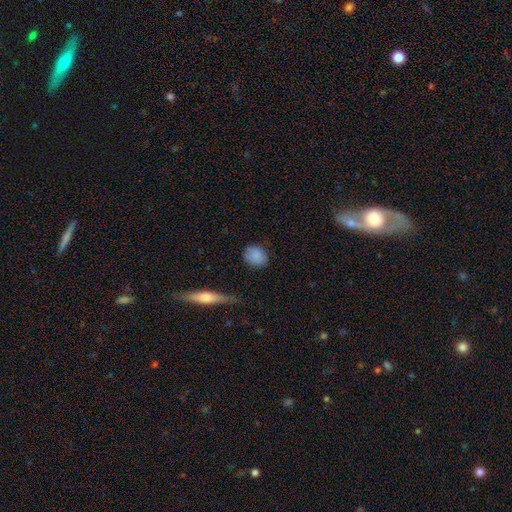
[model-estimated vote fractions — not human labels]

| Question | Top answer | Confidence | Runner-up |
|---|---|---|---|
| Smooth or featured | smooth | 86% | star or artifact (8%) |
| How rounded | round | 69% | in between (30%) |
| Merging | none | 80% | minor disturbance (15%) |